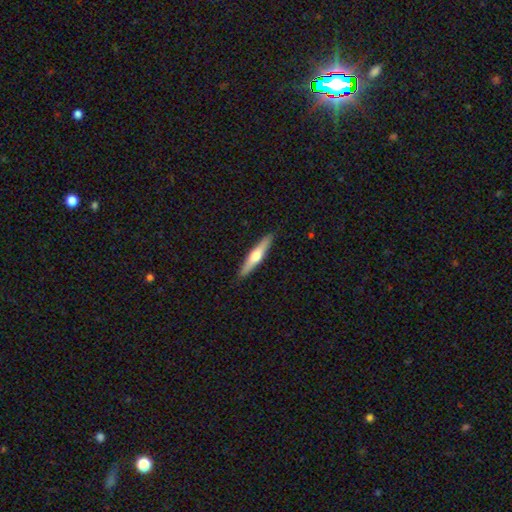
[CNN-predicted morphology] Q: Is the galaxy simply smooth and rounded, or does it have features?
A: featured or disk — 52%.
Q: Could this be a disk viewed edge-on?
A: yes — 96%.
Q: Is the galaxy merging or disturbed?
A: none — 91%.